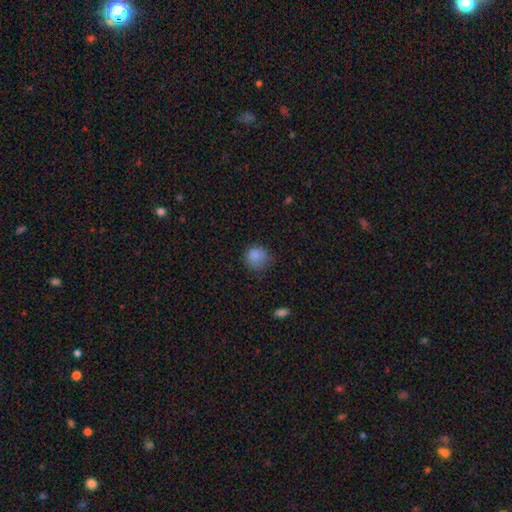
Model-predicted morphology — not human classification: type=smooth (84%); roundness=round (80%); merging=none (62%).